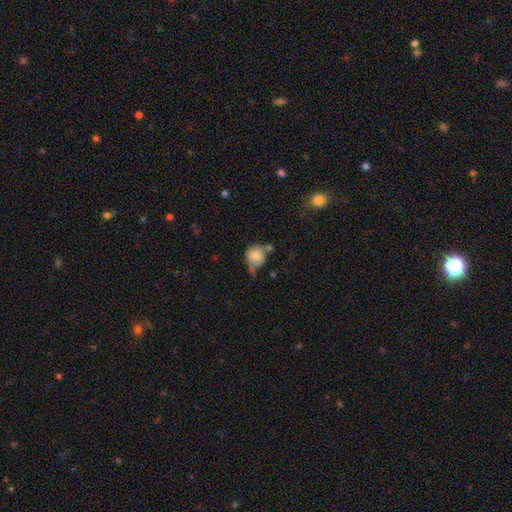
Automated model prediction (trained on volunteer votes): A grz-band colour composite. It shows a smooth galaxy with no disk features (76%) that is round (79%). Merging: none (37%).